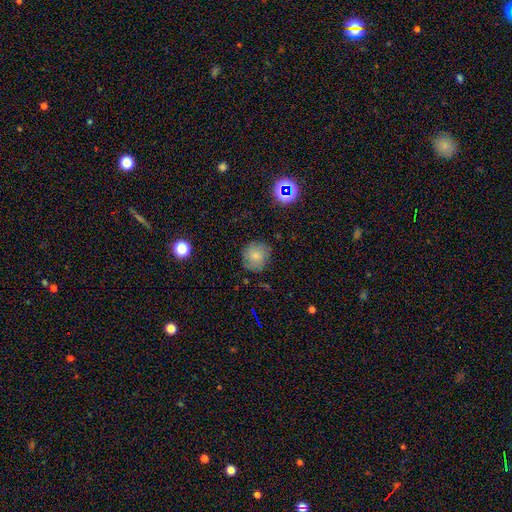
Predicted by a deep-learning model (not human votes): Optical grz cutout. It shows a smooth galaxy with no disk features (74%) that is round (85%). Merging: none (76%).